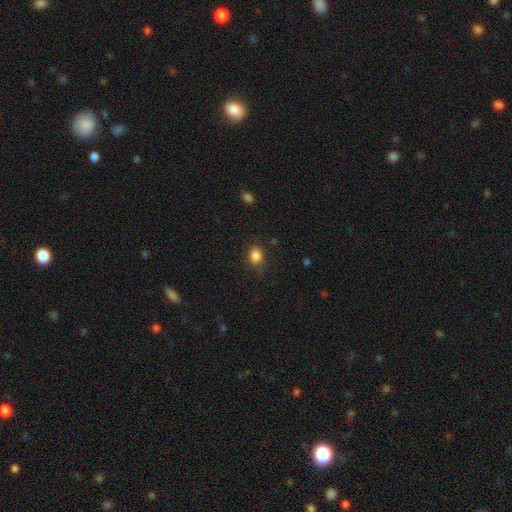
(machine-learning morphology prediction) This is clearly a smooth galaxy (85%). How rounded: likely round (65%). Merging: likely none (79%).